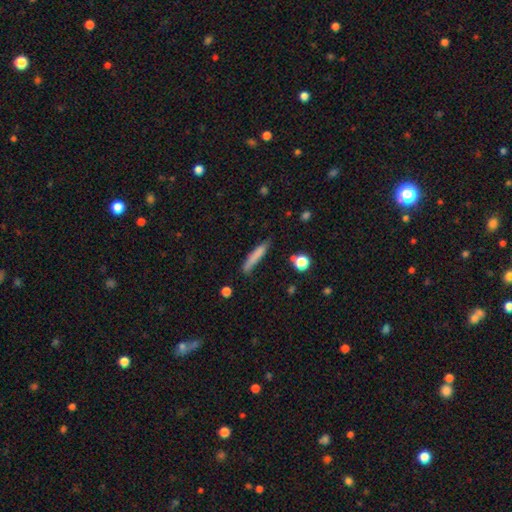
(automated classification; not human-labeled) smooth-or-featured: smooth: 77% | featured or disk: 16% | star or artifact: 8%
  how-rounded: cigar-shaped: 91% | in between: 7% | round: 2%
  merging: none: 73% | minor disturbance: 19% | major disturbance: 4% | merger: 3%